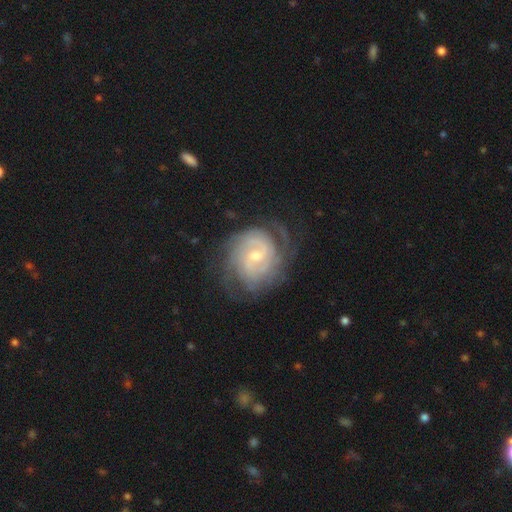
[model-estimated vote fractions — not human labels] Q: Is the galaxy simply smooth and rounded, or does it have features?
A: featured or disk — 86%.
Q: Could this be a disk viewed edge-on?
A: no — 98%.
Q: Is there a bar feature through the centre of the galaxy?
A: weak — 53%.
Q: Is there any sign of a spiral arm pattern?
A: yes — 96%.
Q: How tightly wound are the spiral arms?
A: tight — 68%.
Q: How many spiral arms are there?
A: can't tell — 35%.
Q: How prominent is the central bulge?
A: small — 55%.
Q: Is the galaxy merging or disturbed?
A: none — 70%.